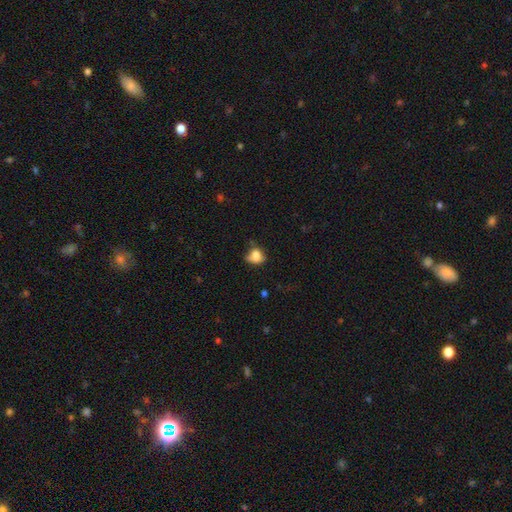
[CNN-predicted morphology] This appears to be a smooth galaxy with no disk features (76%) that is in between round and cigar-shaped (53%). Merging: minor disturbance (39%).